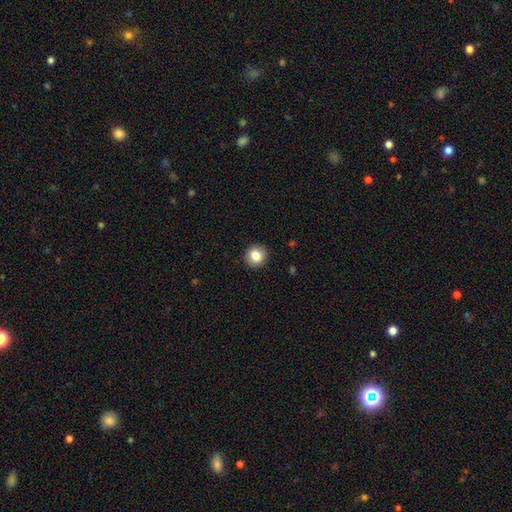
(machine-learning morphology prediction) smooth_or_featured: smooth (p=0.83) [alt: star or artifact p=0.09]
how_rounded: round (p=0.89) [alt: in between p=0.10]
merging: none (p=0.92) [alt: minor disturbance p=0.06]